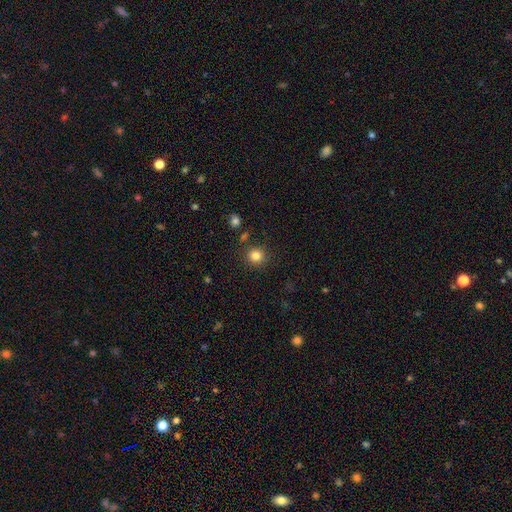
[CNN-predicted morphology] Q: Smooth or featured?
A: smooth (83%); runner-up: star or artifact (12%)
Q: How rounded?
A: round (91%); runner-up: in between (8%)
Q: Merging?
A: none (87%); runner-up: minor disturbance (7%)